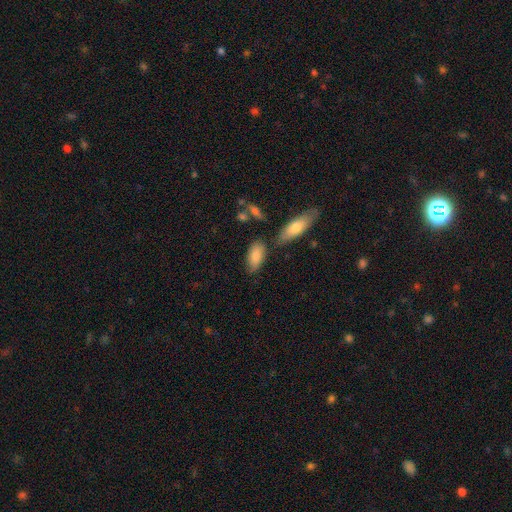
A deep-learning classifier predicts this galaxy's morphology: Smooth or featured? Predicted: smooth (p=0.81). How rounded? Predicted: in between (p=0.90). Merging? Predicted: none (p=0.69).